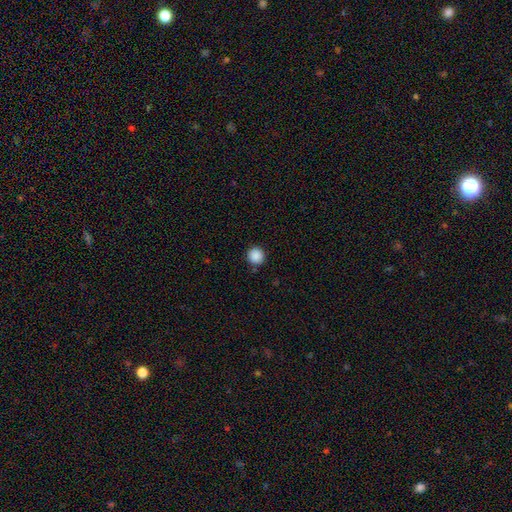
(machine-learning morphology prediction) The model was most divided on "smooth or featured": smooth: 88%, star or artifact: 9%, featured or disk: 3%. More confident: how rounded — round (95%); merging — none (89%).